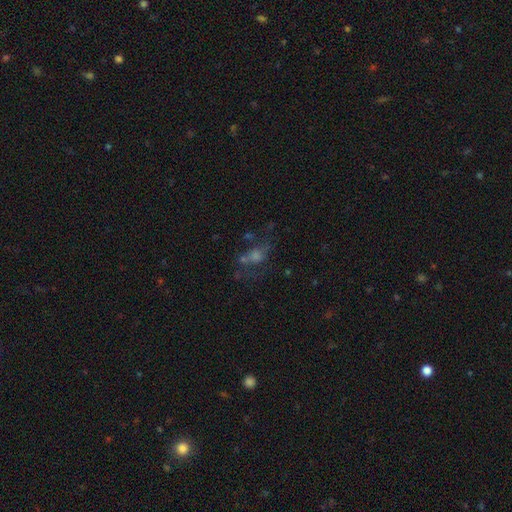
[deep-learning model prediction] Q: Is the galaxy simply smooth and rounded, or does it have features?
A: featured or disk — 39%.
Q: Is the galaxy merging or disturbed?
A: none — 42%.